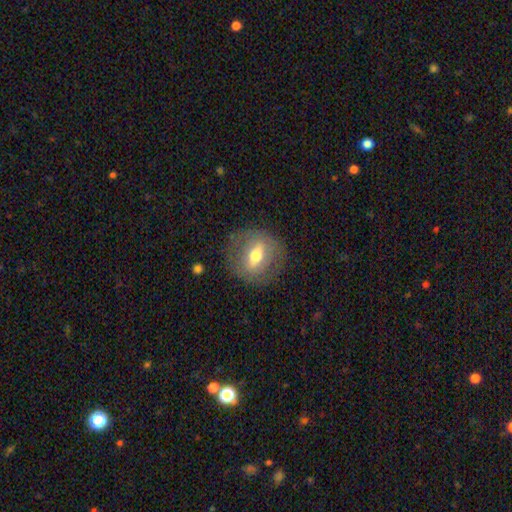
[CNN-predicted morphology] The model was most divided on "smooth or featured": featured or disk: 57%, smooth: 36%, star or artifact: 8%. More confident: merging — none (82%); edge-on disk — no (71%).